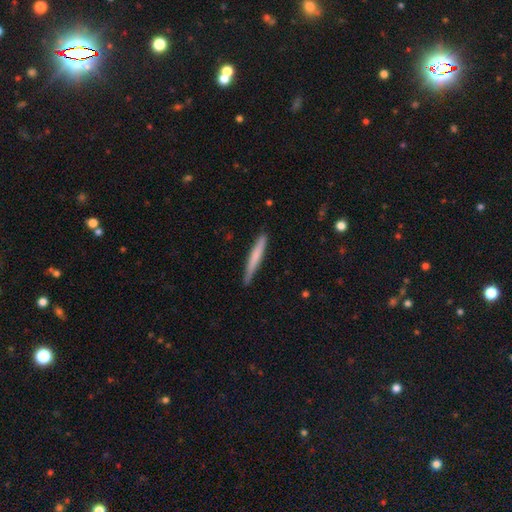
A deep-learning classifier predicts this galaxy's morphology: smooth_or_featured: smooth (p=0.65) [alt: featured or disk p=0.30]
how_rounded: cigar-shaped (p=0.96) [alt: in between p=0.03]
merging: none (p=0.84) [alt: minor disturbance p=0.13]